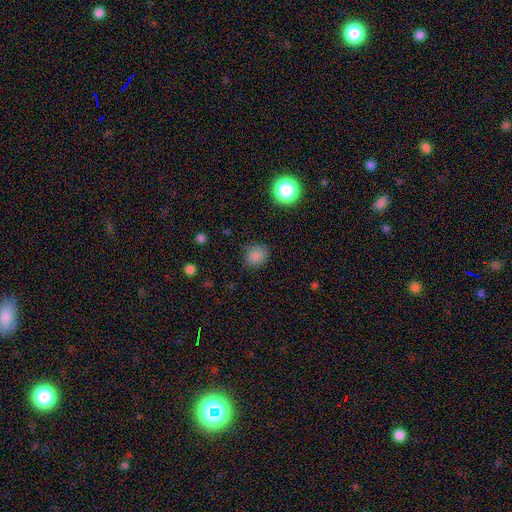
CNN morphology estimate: smooth-or-featured: smooth: 83% | star or artifact: 13% | featured or disk: 4%
  how-rounded: round: 71% | in between: 28% | cigar-shaped: 1%
  merging: none: 82% | minor disturbance: 13% | major disturbance: 4% | merger: 1%